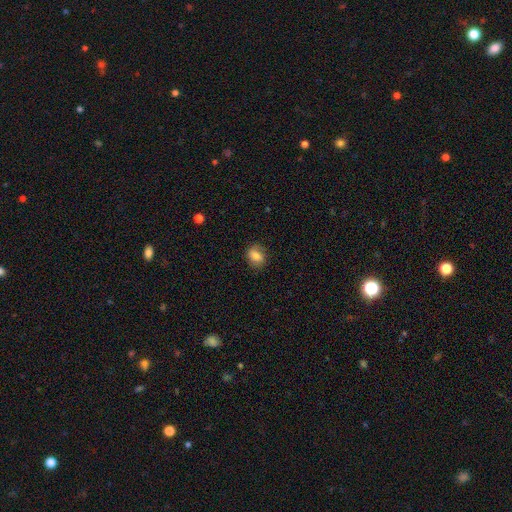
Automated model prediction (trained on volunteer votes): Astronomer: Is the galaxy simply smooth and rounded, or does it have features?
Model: smooth — 70%.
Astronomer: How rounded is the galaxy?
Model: in between — 50% (runner-up: round, 49%).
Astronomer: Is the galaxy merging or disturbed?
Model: none — 78%.